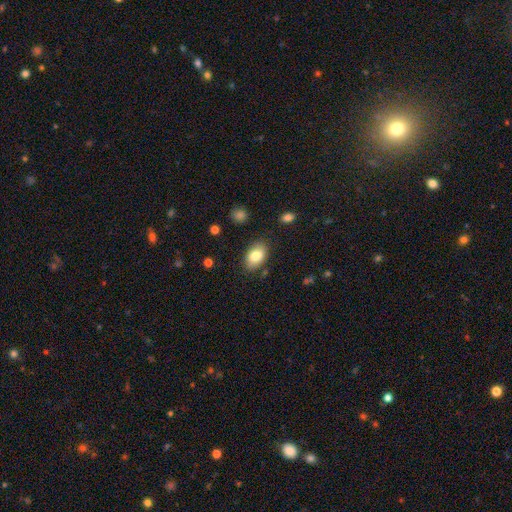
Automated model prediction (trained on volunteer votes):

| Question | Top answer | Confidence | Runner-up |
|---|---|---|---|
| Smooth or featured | smooth | 82% | featured or disk (11%) |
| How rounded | in between | 89% | round (9%) |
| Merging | none | 81% | minor disturbance (13%) |